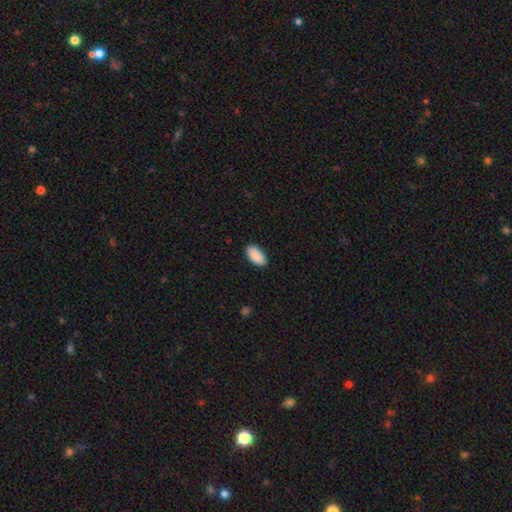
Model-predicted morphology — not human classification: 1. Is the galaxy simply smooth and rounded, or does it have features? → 91% smooth, 6% star or artifact, 3% featured or disk.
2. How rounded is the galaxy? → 95% in between, 3% cigar-shaped, 2% round.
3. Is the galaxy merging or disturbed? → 89% none, 9% minor disturbance, 2% major disturbance, 1% merger.